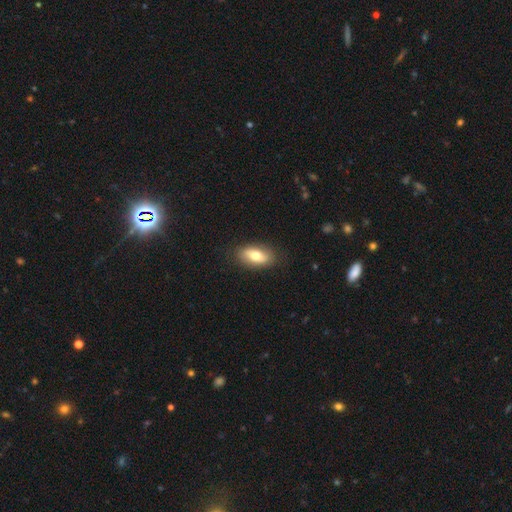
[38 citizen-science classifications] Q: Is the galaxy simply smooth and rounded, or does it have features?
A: smooth — 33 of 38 (87%).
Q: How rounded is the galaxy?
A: in between — 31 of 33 (94%).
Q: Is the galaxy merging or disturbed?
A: none — 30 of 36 (83%).